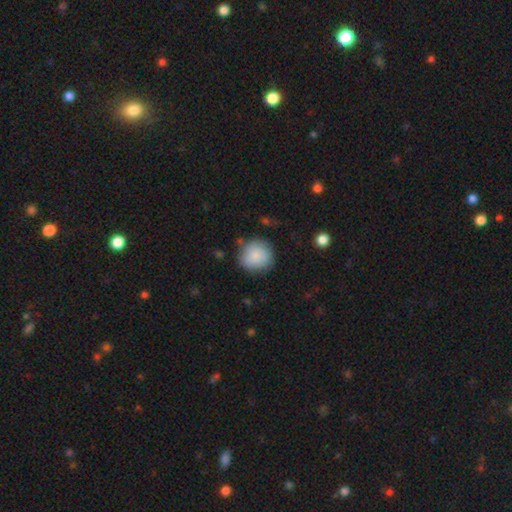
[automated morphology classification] A smooth galaxy with no disk features (85%) that is round (90%). Merging: none (76%).